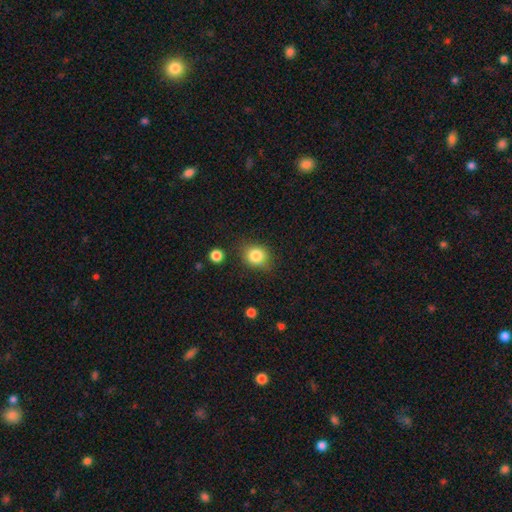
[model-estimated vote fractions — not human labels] Smooth or featured?
  - smooth: 83% *
  - star or artifact: 10%
  - featured or disk: 7%
How rounded?
  - round: 70% *
  - in between: 29%
  - cigar-shaped: 1%
Merging?
  - none: 74% *
  - minor disturbance: 18%
  - major disturbance: 5%
  - merger: 3%